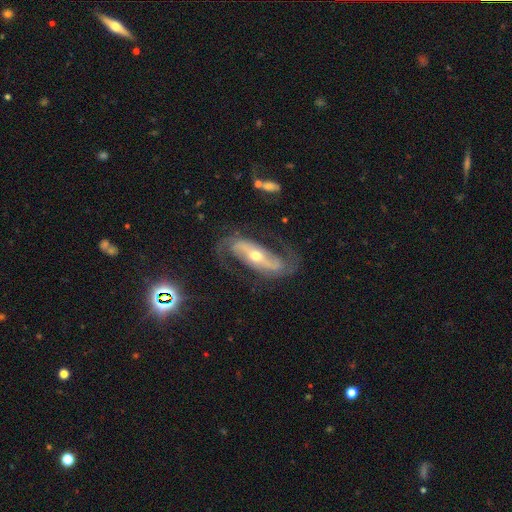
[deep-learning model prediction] featured or disk 87%, smooth 7%, star or artifact 6%. Down the decision tree: edge-on disk — no (93%); bar — strong (50%); spiral arms — yes (95%); spiral arm count — 2 (92%); spiral winding — medium (46%); bulge size — moderate (53%); merging — none (74%).